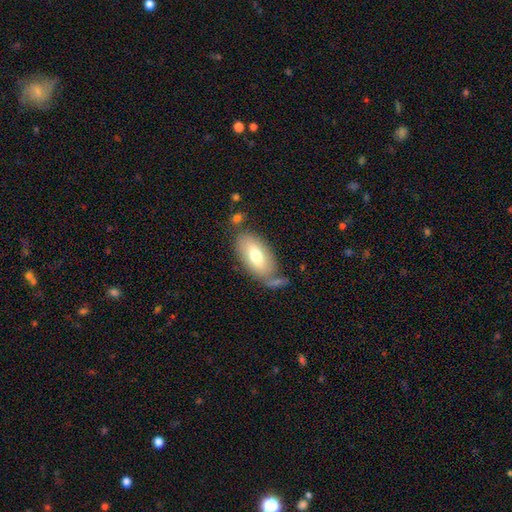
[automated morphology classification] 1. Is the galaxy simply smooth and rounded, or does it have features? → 70% smooth, 23% featured or disk, 7% star or artifact.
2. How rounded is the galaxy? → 93% in between, 4% cigar-shaped, 4% round.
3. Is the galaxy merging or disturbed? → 58% none, 20% minor disturbance, 14% merger, 9% major disturbance.